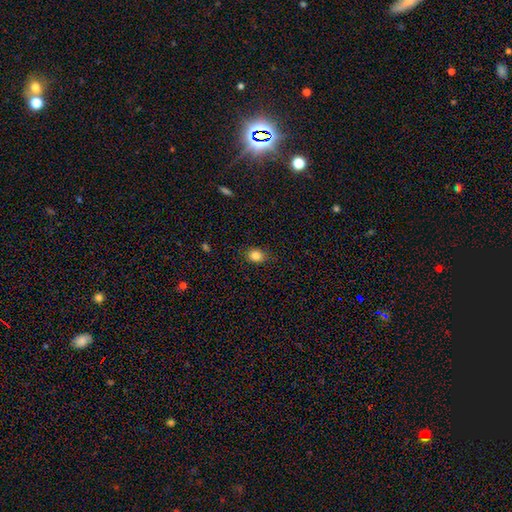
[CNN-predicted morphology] Smooth or featured? Predicted: smooth (p=0.84). How rounded? Predicted: in between (p=0.52). Merging? Predicted: none (p=0.86).